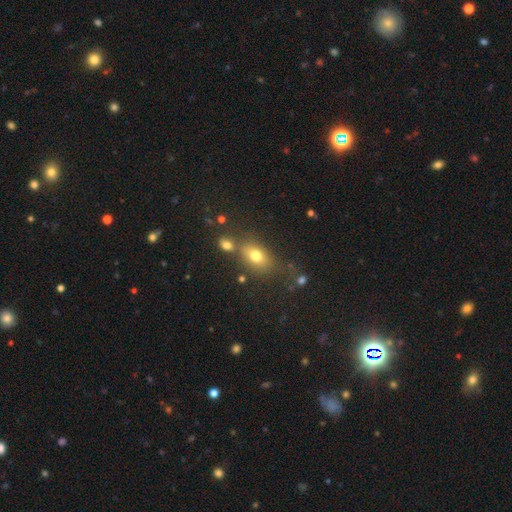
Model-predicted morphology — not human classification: type=smooth (74%); roundness=in between (79%); merging=none (62%).